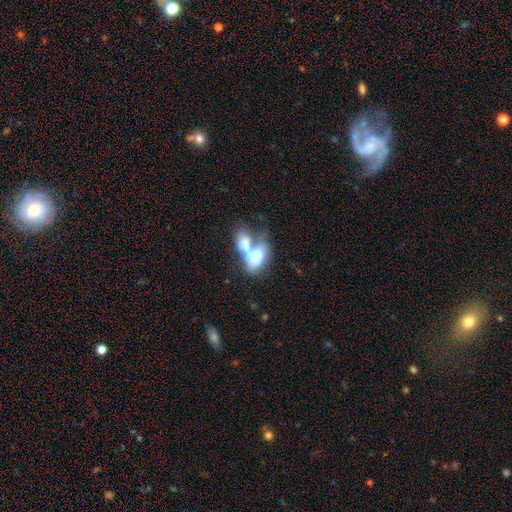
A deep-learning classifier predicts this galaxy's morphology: A smooth galaxy with no disk features (61%) that is in between round and cigar-shaped (84%).

Vote fractions:
- Smooth or featured? smooth: 61% / featured or disk: 31% / star or artifact: 8%
- How rounded? in between: 84% / round: 12% / cigar-shaped: 4%
- Merging? merger: 77% / none: 10% / major disturbance: 8% / minor disturbance: 6%